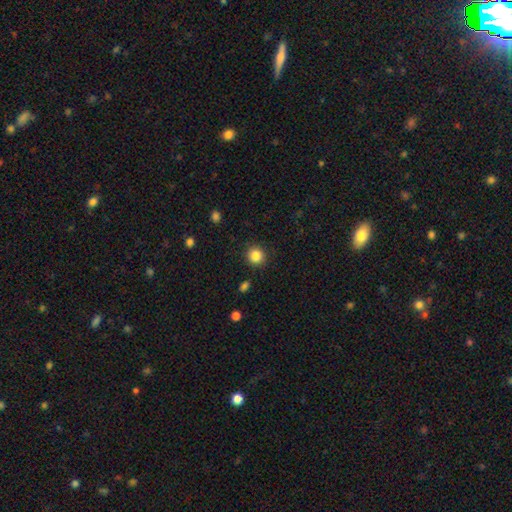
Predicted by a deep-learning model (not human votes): This appears to be a smooth galaxy with no disk features (86%) that is round (91%). Merging: none (90%).